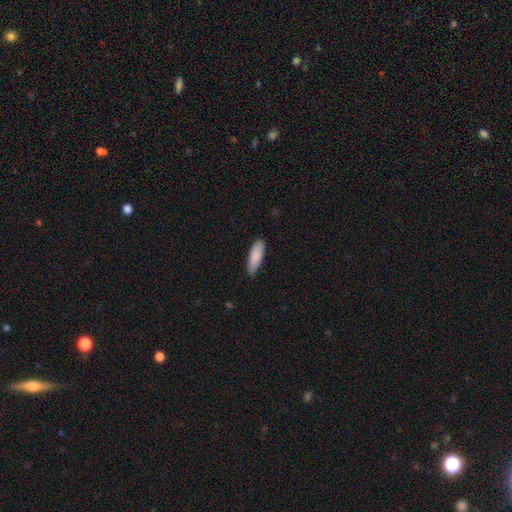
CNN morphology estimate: smooth-or-featured: smooth: 87% | featured or disk: 7% | star or artifact: 6%
  how-rounded: in between: 54% | cigar-shaped: 45% | round: 2%
  merging: none: 81% | minor disturbance: 16% | major disturbance: 2% | merger: 1%